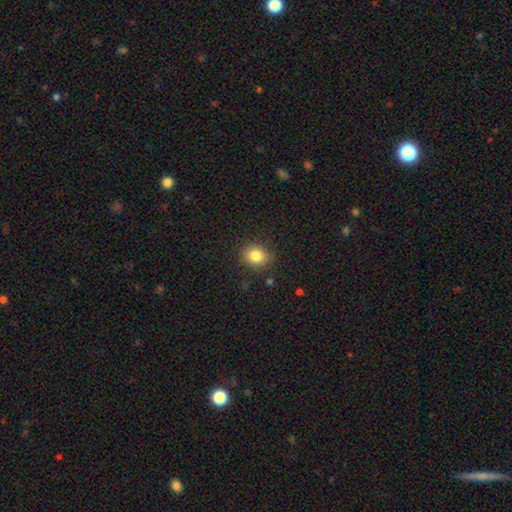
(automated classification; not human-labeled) A smooth galaxy with no disk features (82%) that is round (71%). Merging: none (88%).